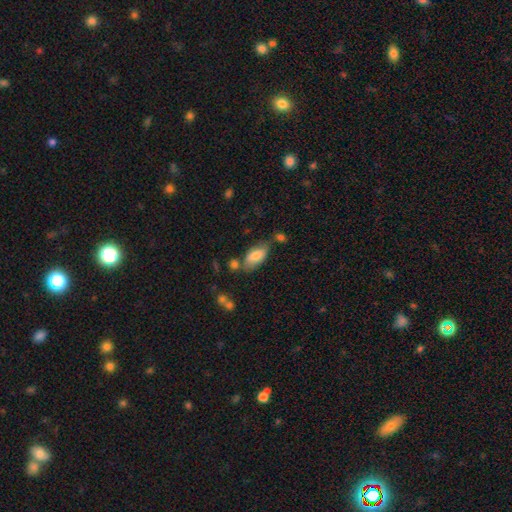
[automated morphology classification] Smooth or featured?
  - smooth: 79% *
  - featured or disk: 14%
  - star or artifact: 7%
How rounded?
  - in between: 89% *
  - cigar-shaped: 8%
  - round: 3%
Merging?
  - none: 61% *
  - minor disturbance: 21%
  - merger: 13%
  - major disturbance: 5%